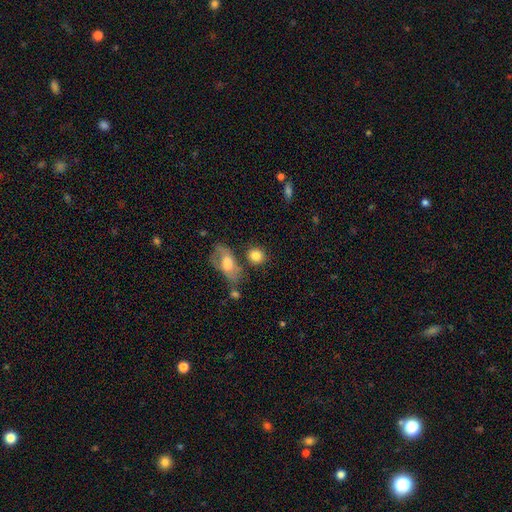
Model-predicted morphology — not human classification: This is clearly a smooth galaxy (81%). How rounded: likely round (72%). Merging: likely none (68%).